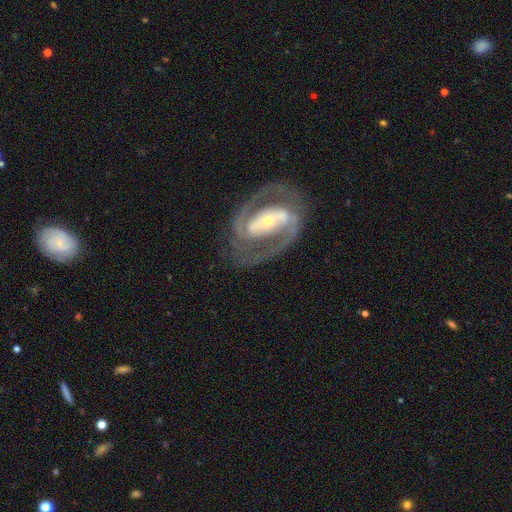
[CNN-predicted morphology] Smooth or featured? Predicted: featured or disk (p=0.89). Edge-on disk? Predicted: no (p=0.96). Bar? Predicted: strong (p=0.57). Spiral arms? Predicted: yes (p=0.94). Spiral winding? Predicted: medium (p=0.52). Spiral arm count? Predicted: 2 (p=0.90). Bulge size? Predicted: small (p=0.48). Merging? Predicted: none (p=0.78).